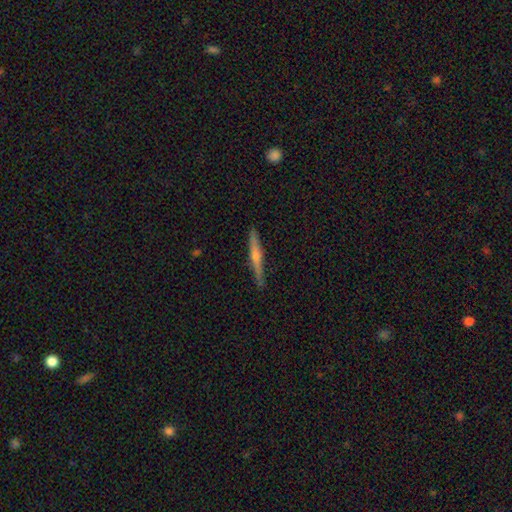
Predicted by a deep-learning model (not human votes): Smooth or featured? Predicted: featured or disk (p=0.73). Edge-on disk? Predicted: yes (p=0.98). Edge-on bulge? Predicted: rounded (p=0.84). Merging? Predicted: none (p=0.90).